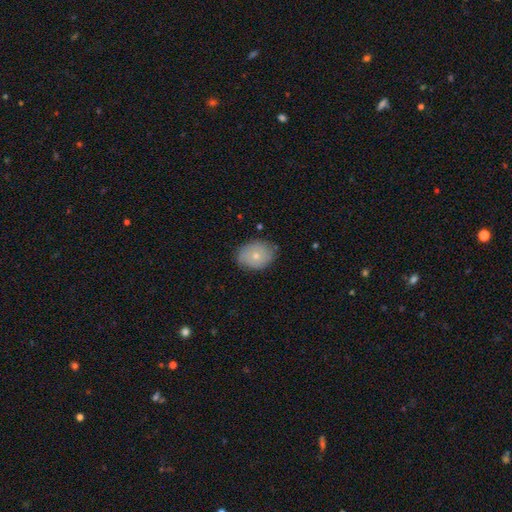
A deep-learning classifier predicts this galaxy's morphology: The model was most divided on "how rounded": in between: 56%, round: 43%, cigar-shaped: 1%. More confident: merging — none (76%); smooth or featured — smooth (60%).